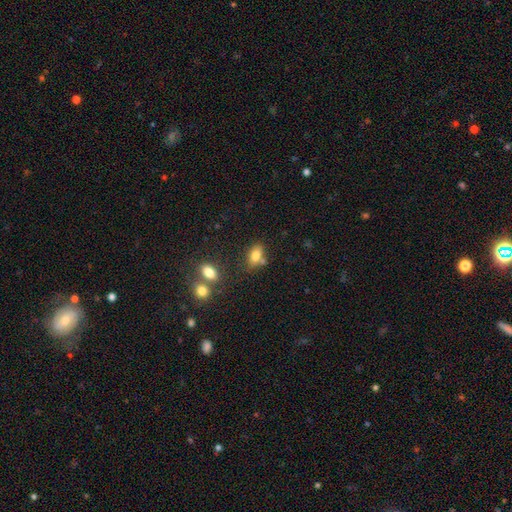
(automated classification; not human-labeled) smooth-or-featured: smooth: 79% | featured or disk: 11% | star or artifact: 10%
  how-rounded: in between: 85% | round: 12% | cigar-shaped: 4%
  merging: none: 63% | merger: 18% | minor disturbance: 15% | major disturbance: 4%